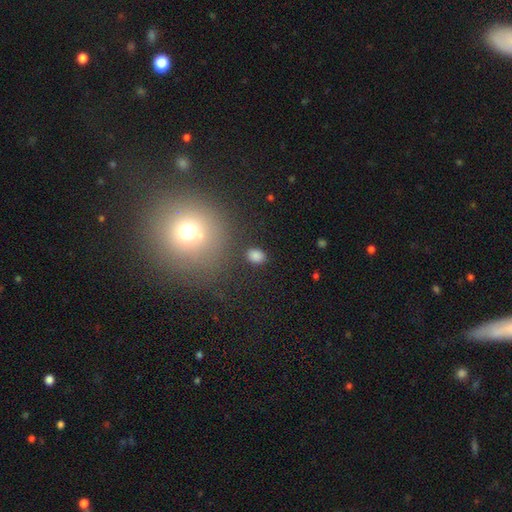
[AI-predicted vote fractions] This appears to be a smooth galaxy with no disk features (82%) that is in between round and cigar-shaped (59%). Merging: none (85%).